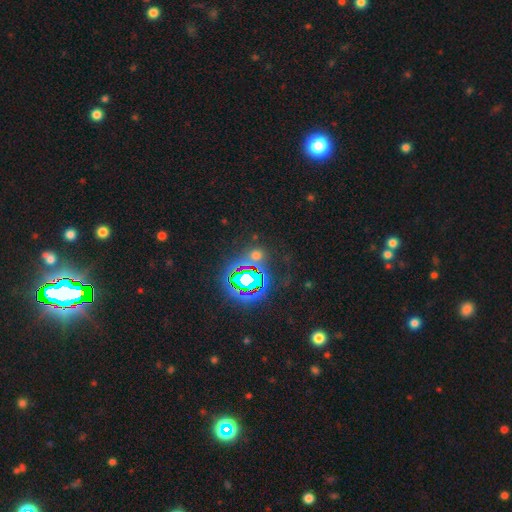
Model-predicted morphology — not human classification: Overall: star or artifact (59%; smooth 31%).